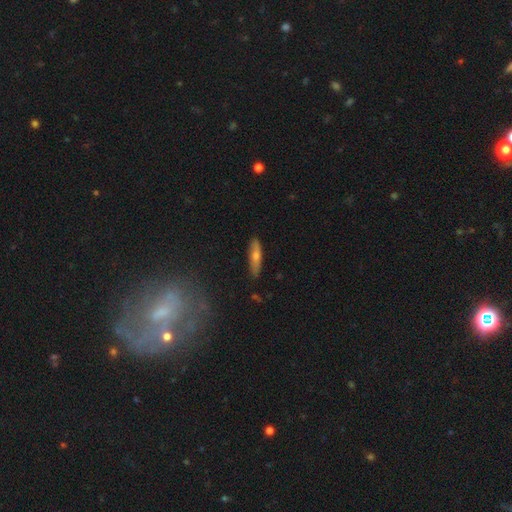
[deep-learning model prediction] Smooth or featured? smooth (52%)
How rounded? cigar-shaped (77%)
Merging? none (87%)